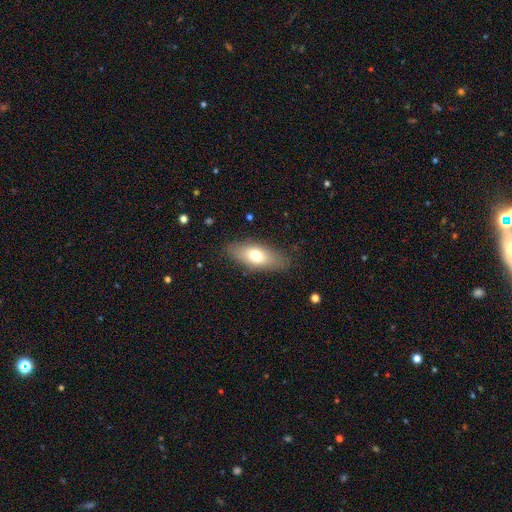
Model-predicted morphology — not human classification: This is likely a smooth galaxy (70%). How rounded: likely in between (75%). Merging: clearly none (83%).